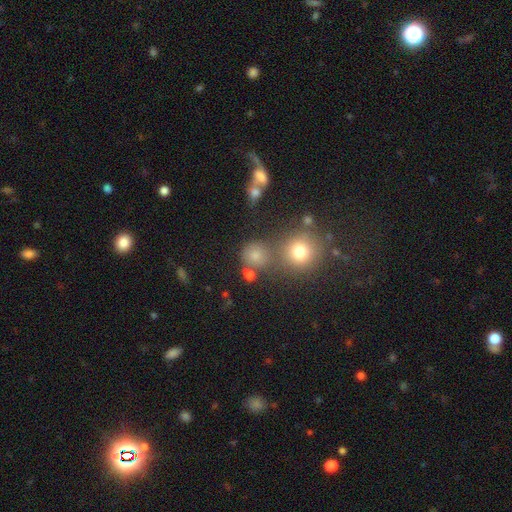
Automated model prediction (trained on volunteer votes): A smooth galaxy with no disk features (73%) that is round (86%). Merging: none (65%).